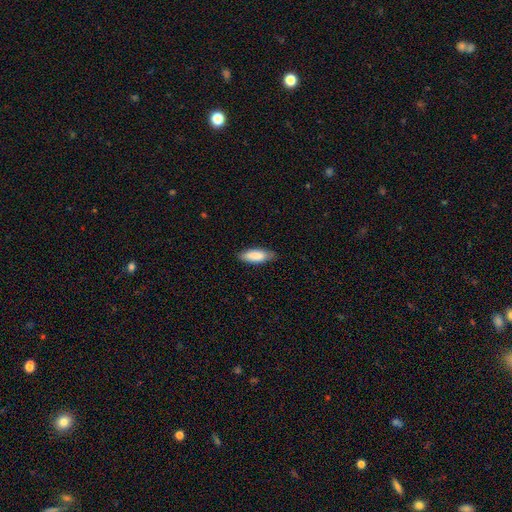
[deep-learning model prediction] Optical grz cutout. It shows a smooth galaxy with no disk features (86%) that is in between round and cigar-shaped (70%). Merging: none (80%).